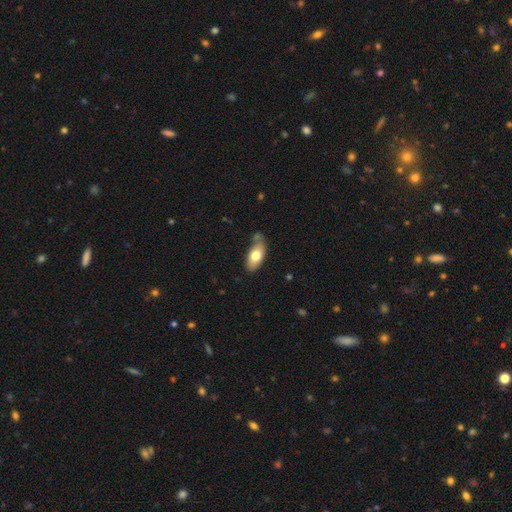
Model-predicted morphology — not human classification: This is likely a smooth galaxy (72%). How rounded: clearly in between (89%). Merging: likely none (63%).